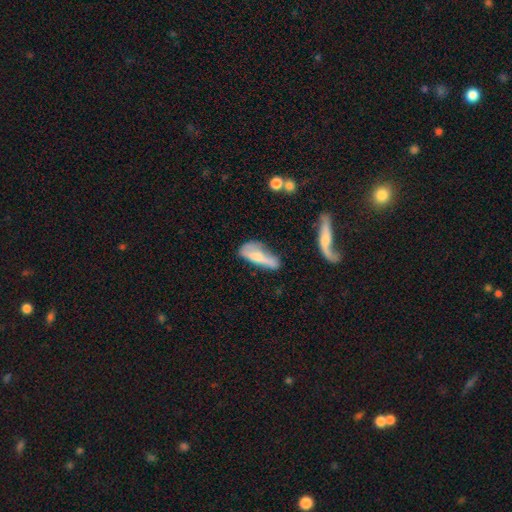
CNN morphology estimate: Smooth or featured? Predicted: smooth (p=0.59). How rounded? Predicted: in between (p=0.50). Merging? Predicted: none (p=0.29).